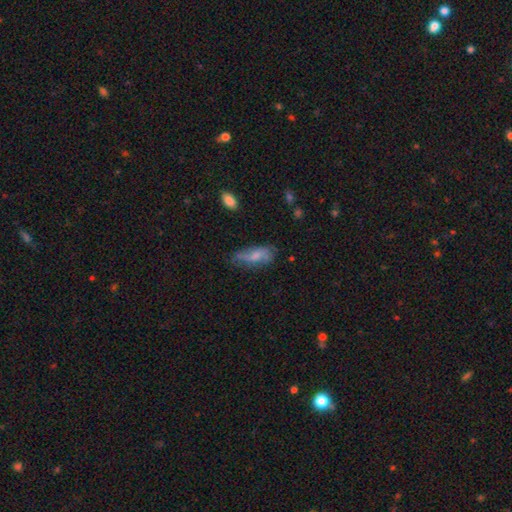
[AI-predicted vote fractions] smooth_or_featured: smooth (p=0.58) [alt: featured or disk p=0.34]
how_rounded: in between (p=0.74) [alt: cigar-shaped p=0.23]
merging: none (p=0.49) [alt: minor disturbance p=0.33]